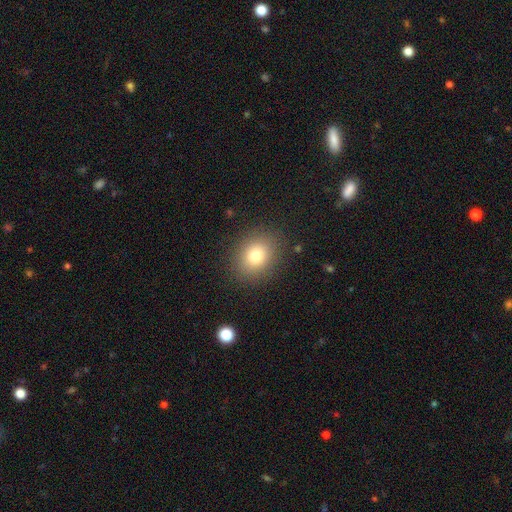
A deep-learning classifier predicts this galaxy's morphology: This appears to be a smooth galaxy with no disk features (78%) that is round (58%). Merging: none (87%).